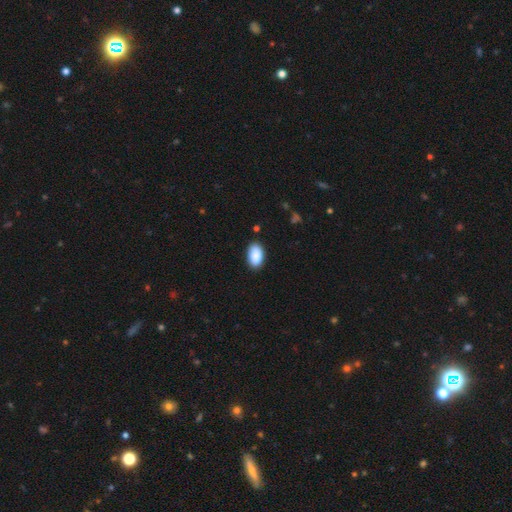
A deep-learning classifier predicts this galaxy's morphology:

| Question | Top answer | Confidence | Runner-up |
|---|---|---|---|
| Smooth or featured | smooth | 90% | star or artifact (6%) |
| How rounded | in between | 94% | round (4%) |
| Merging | none | 84% | minor disturbance (12%) |